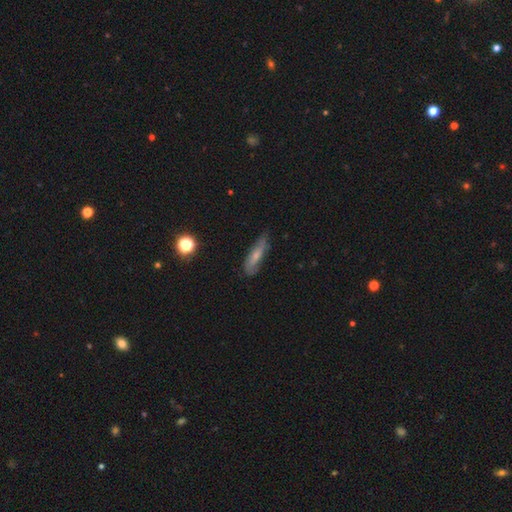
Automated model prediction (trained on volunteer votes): Overall: smooth (52%; featured or disk 40%). How rounded: cigar-shaped (59%; in between 38%). Merging: none (63%; minor disturbance 27%).